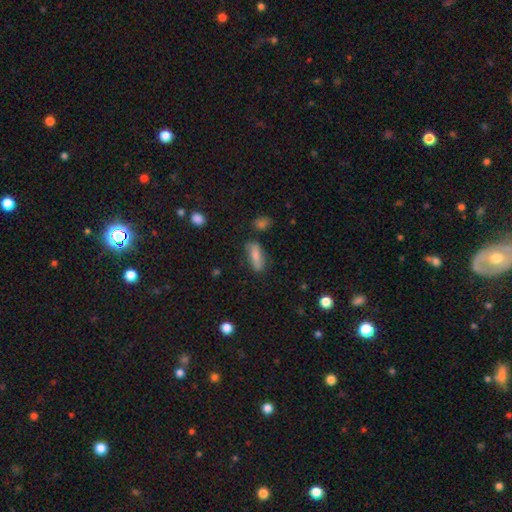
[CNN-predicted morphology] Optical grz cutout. It shows a smooth galaxy with no disk features (75%) that is in between round and cigar-shaped (63%). Merging: none (68%).